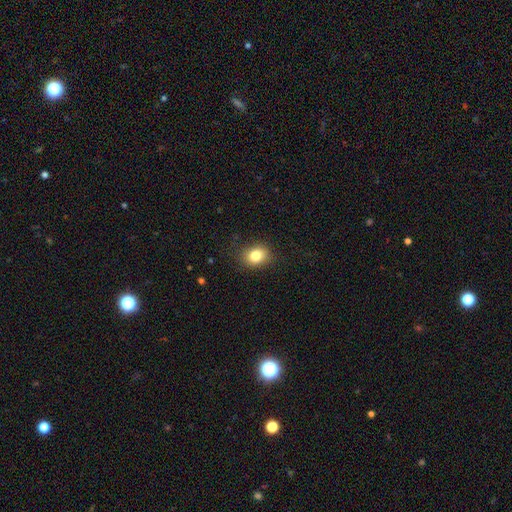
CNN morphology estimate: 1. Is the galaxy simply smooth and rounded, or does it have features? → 82% smooth, 10% star or artifact, 8% featured or disk.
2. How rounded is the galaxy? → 50% in between, 49% round, 1% cigar-shaped.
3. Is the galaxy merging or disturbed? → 84% none, 12% minor disturbance, 3% major disturbance, 1% merger.